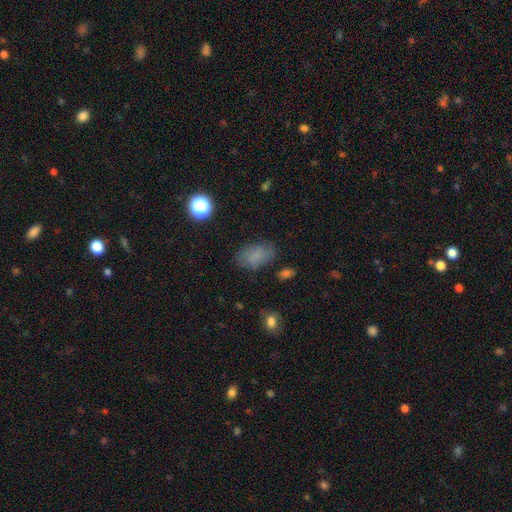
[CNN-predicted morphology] A smooth galaxy with no disk features (75%) that is in between round and cigar-shaped (89%). Merging: none (75%).